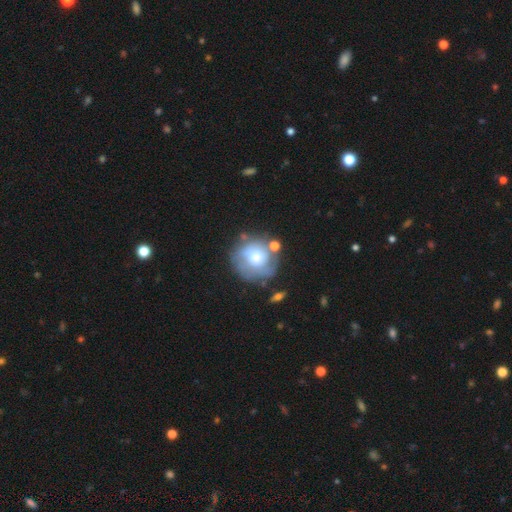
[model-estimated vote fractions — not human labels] This is possibly a smooth galaxy (50%). Merging: possibly none (57%).